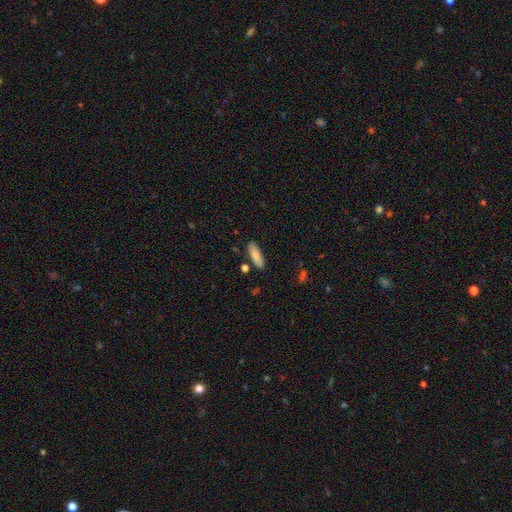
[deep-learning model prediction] Smooth or featured?
  - smooth: 81% *
  - featured or disk: 12%
  - star or artifact: 6%
How rounded?
  - in between: 58% *
  - cigar-shaped: 40%
  - round: 2%
Merging?
  - none: 83% *
  - minor disturbance: 11%
  - merger: 4%
  - major disturbance: 2%